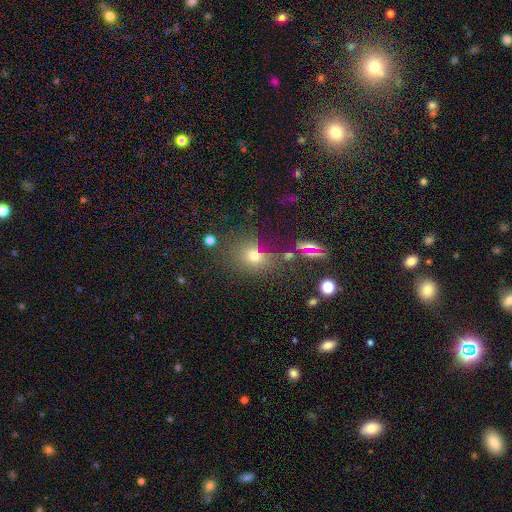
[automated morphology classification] Smooth or featured: smooth — 64% (star or artifact — 24%)
How rounded: round — 62% (in between — 36%)
Merging: none — 63% (minor disturbance — 15%)